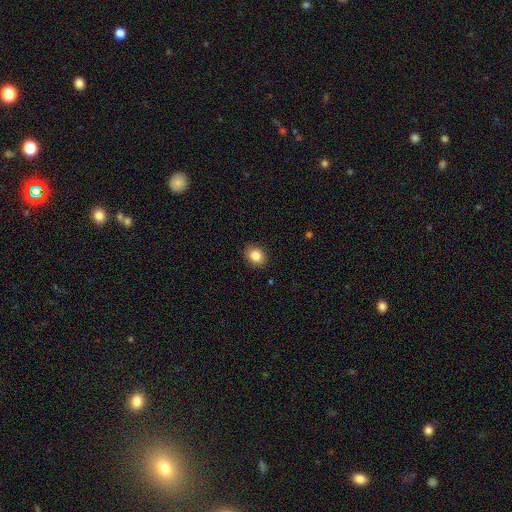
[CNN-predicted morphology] smooth 85%, star or artifact 9%, featured or disk 6%. Down the decision tree: how rounded — round (51%); merging — none (89%).